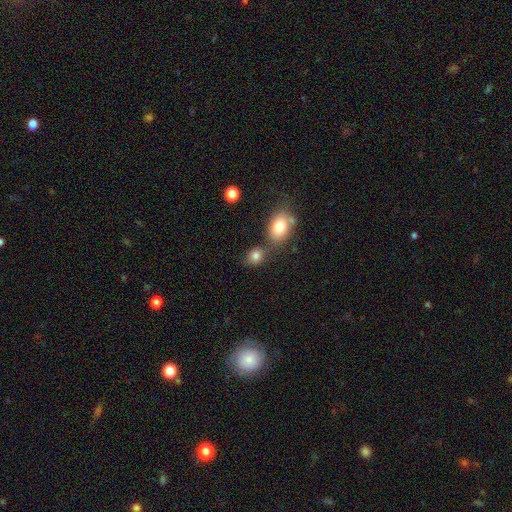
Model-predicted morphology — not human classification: Q: Smooth or featured?
A: smooth (81%); runner-up: star or artifact (11%)
Q: How rounded?
A: in between (52%); runner-up: round (47%)
Q: Merging?
A: none (59%); runner-up: merger (24%)